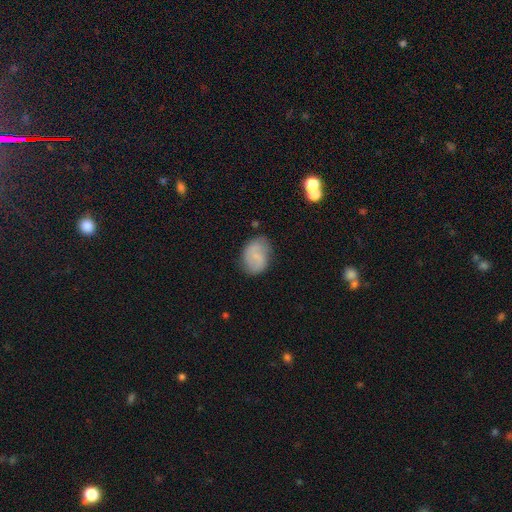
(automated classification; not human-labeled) Smooth or featured?
  - smooth: 54% *
  - featured or disk: 38%
  - star or artifact: 9%
How rounded?
  - in between: 69% *
  - round: 30%
  - cigar-shaped: 1%
Merging?
  - none: 68% *
  - minor disturbance: 23%
  - major disturbance: 6%
  - merger: 2%